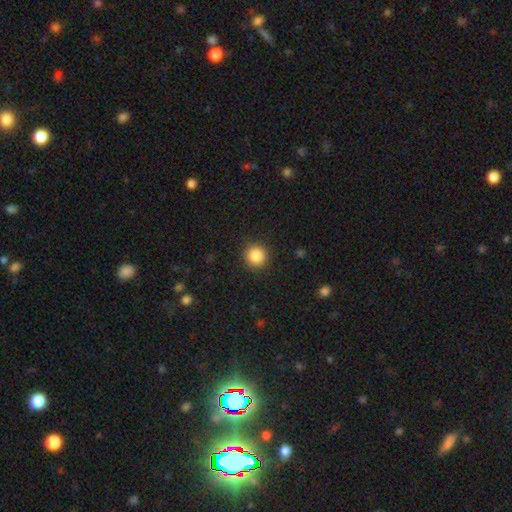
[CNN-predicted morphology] Q: Smooth or featured?
A: smooth (87%); runner-up: star or artifact (10%)
Q: How rounded?
A: round (95%); runner-up: in between (4%)
Q: Merging?
A: none (91%); runner-up: minor disturbance (6%)